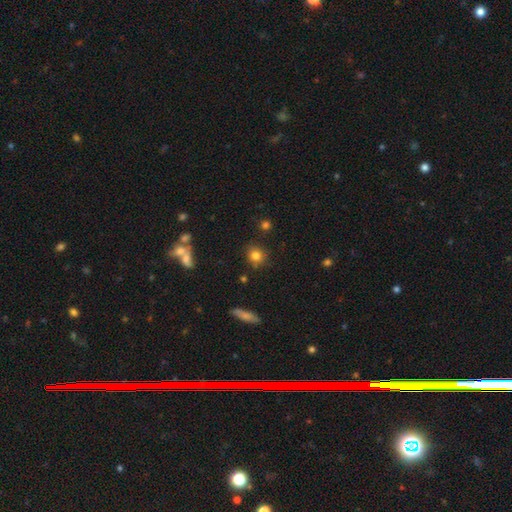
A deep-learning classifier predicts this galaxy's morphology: A smooth galaxy with no disk features (81%) that is round (84%). Merging: none (82%).